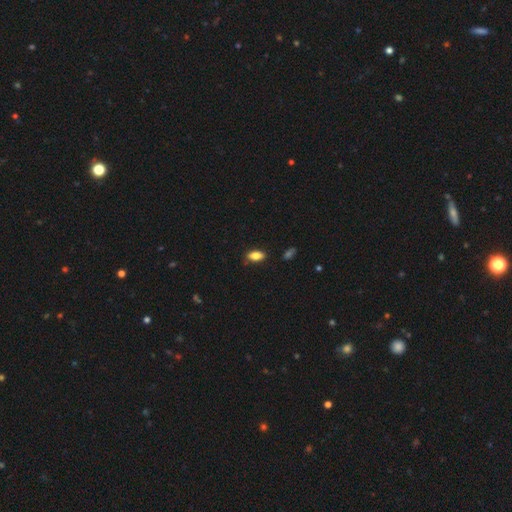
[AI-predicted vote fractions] The model was most divided on "merging": none: 82%, minor disturbance: 14%, major disturbance: 2%, merger: 2%. More confident: how rounded — in between (87%); smooth or featured — smooth (80%).